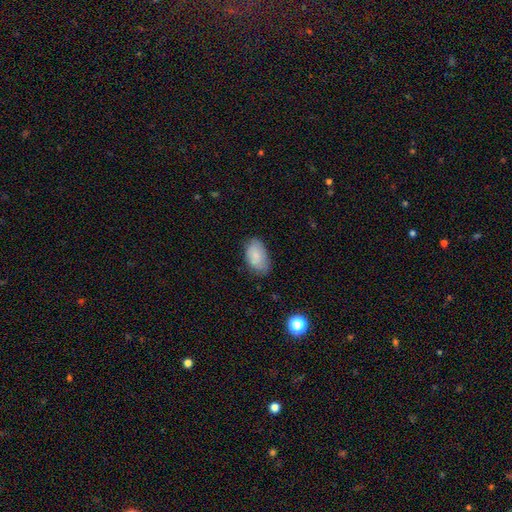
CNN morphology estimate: Smooth or featured? Predicted: smooth (p=0.80). How rounded? Predicted: in between (p=0.93). Merging? Predicted: none (p=0.69).